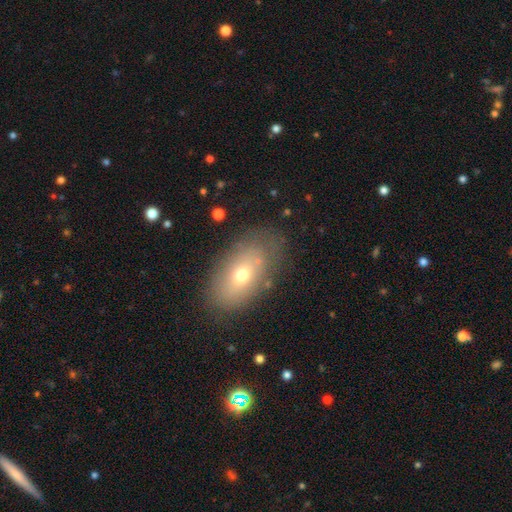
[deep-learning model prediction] Q: Smooth or featured?
A: smooth (63%); runner-up: featured or disk (25%)
Q: How rounded?
A: in between (87%); runner-up: round (10%)
Q: Merging?
A: none (78%); runner-up: minor disturbance (14%)